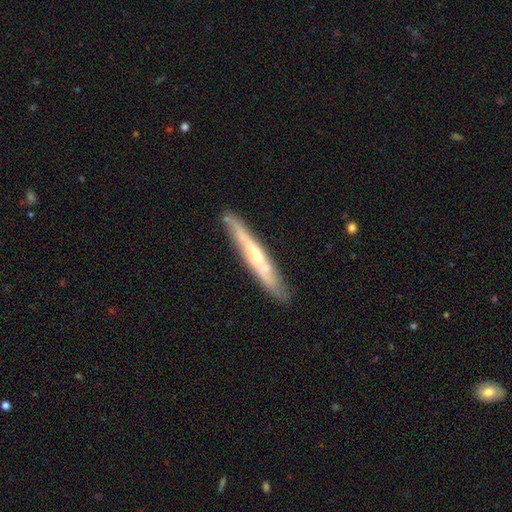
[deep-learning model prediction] Morphology: type=featured or disk (60%); edge-on=yes (81%); merging=none (80%).